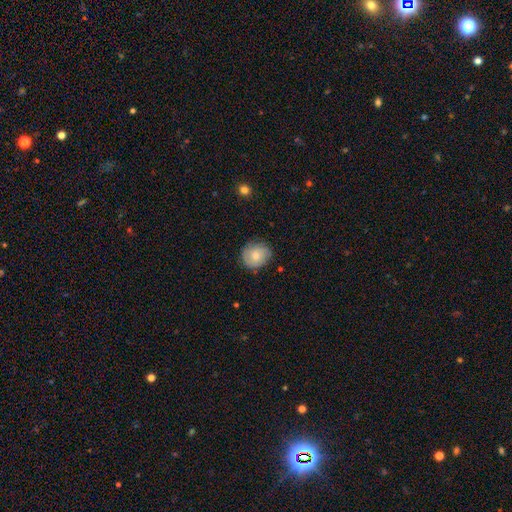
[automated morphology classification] Q: Smooth or featured?
A: smooth (65%); runner-up: featured or disk (28%)
Q: How rounded?
A: round (77%); runner-up: in between (22%)
Q: Merging?
A: none (78%); runner-up: minor disturbance (17%)